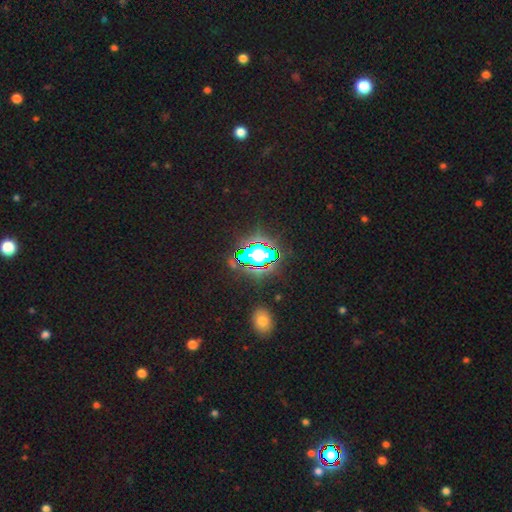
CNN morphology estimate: Smooth or featured?
  - star or artifact: 68% *
  - smooth: 20%
  - featured or disk: 12%